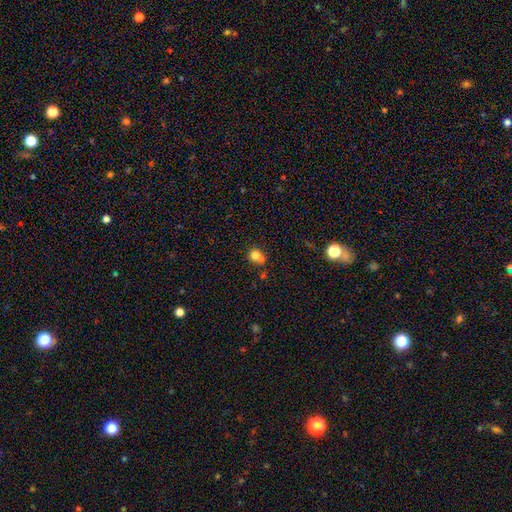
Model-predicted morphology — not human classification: smooth 74%, star or artifact 13%, featured or disk 13%. Down the decision tree: how rounded — round (77%); merging — merger (51%).